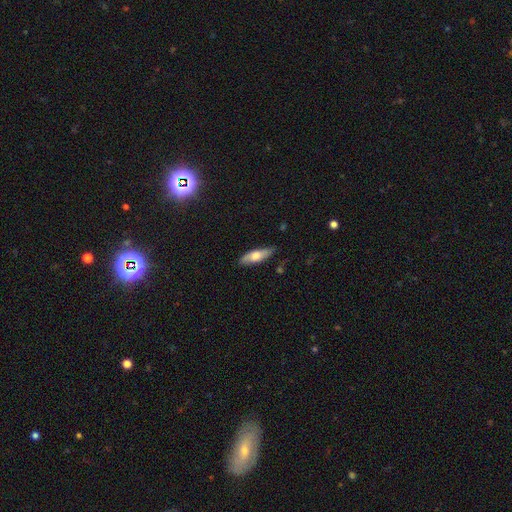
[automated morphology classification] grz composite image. It shows a smooth galaxy with no disk features (60%) that is in between round and cigar-shaped (50%). Merging: none (82%).